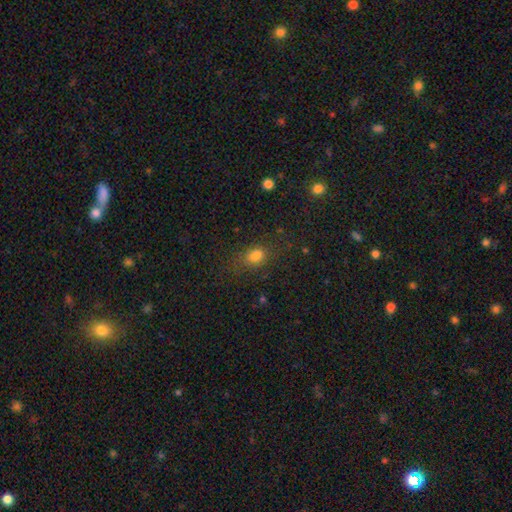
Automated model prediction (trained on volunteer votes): smooth 73%, star or artifact 17%, featured or disk 10%. Down the decision tree: how rounded — in between (72%); merging — none (62%).